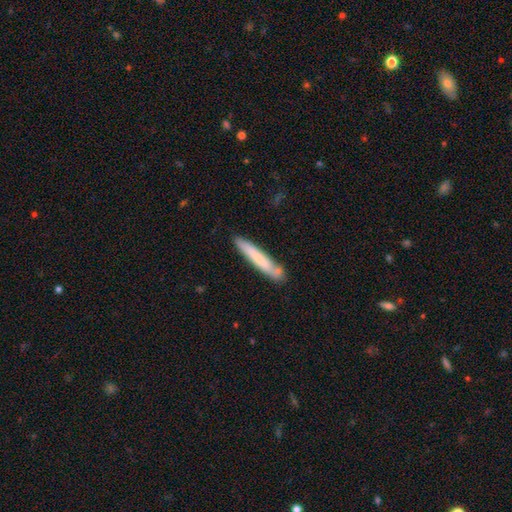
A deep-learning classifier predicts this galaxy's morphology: smooth_or_featured: smooth (p=0.67) [alt: featured or disk p=0.27]
how_rounded: cigar-shaped (p=0.94) [alt: in between p=0.05]
merging: none (p=0.77) [alt: minor disturbance p=0.15]